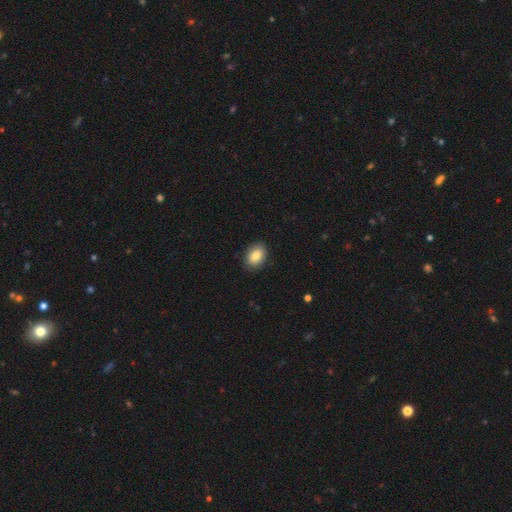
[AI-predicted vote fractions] Q: Smooth or featured?
A: smooth (83%); runner-up: featured or disk (10%)
Q: How rounded?
A: in between (80%); runner-up: round (19%)
Q: Merging?
A: none (87%); runner-up: minor disturbance (10%)